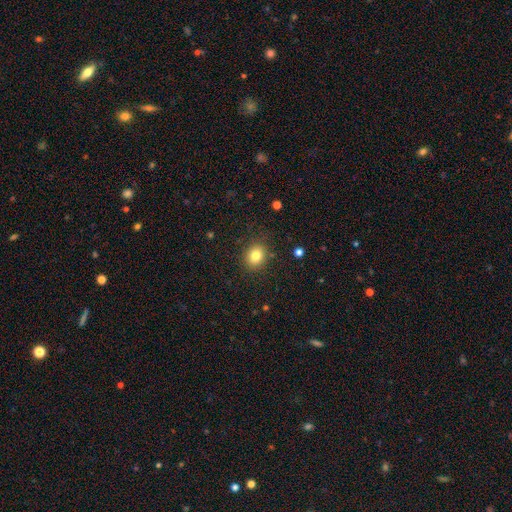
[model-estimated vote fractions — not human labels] A smooth galaxy with no disk features (81%) that is round (57%). Merging: none (86%).